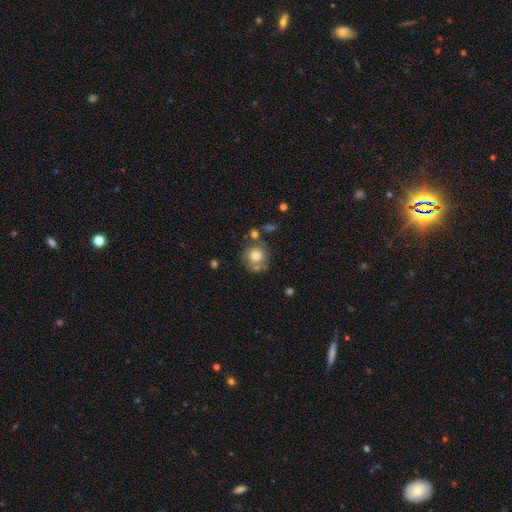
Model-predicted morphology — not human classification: smooth_or_featured: smooth (p=0.69) [alt: featured or disk p=0.23]
how_rounded: round (p=0.86) [alt: in between p=0.13]
merging: none (p=0.60) [alt: minor disturbance p=0.19]